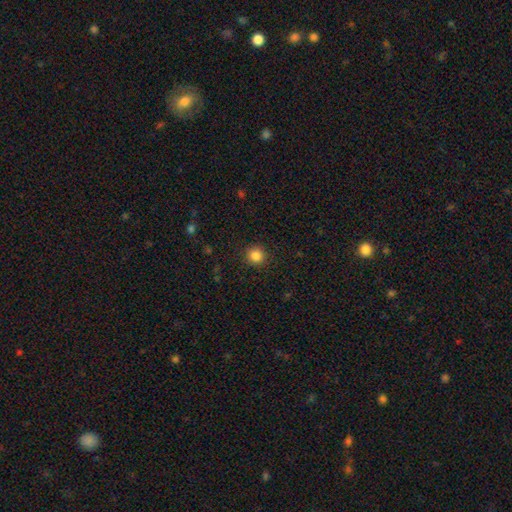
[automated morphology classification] type=smooth (85%); roundness=round (94%); merging=none (91%).